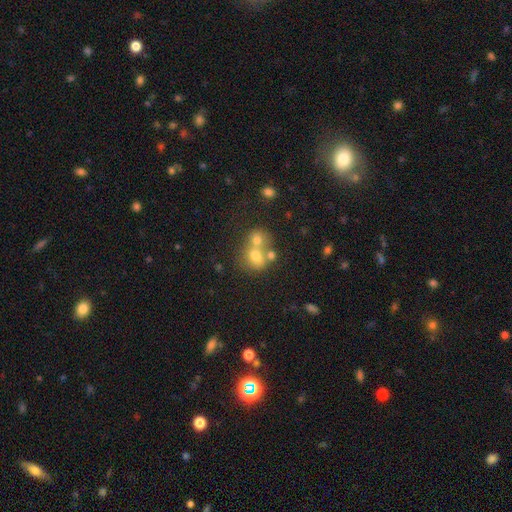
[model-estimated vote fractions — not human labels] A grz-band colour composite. It shows a smooth galaxy with no disk features (66%) that is round (65%). Merging: merger (59%).